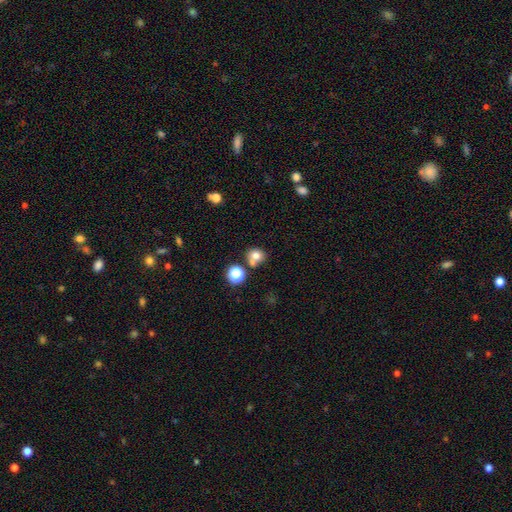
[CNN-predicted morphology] The model was most divided on "merging": none: 57%, merger: 27%, minor disturbance: 11%, major disturbance: 4%. More confident: how rounded — round (76%); smooth or featured — smooth (75%).